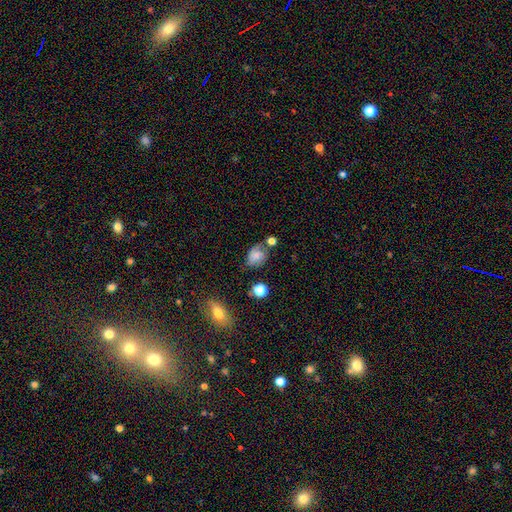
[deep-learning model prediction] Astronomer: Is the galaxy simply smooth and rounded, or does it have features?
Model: smooth — 50% (runner-up: featured or disk, 38%).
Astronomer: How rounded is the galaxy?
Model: in between — 69%.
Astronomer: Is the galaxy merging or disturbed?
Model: none — 46% (runner-up: minor disturbance, 28%).